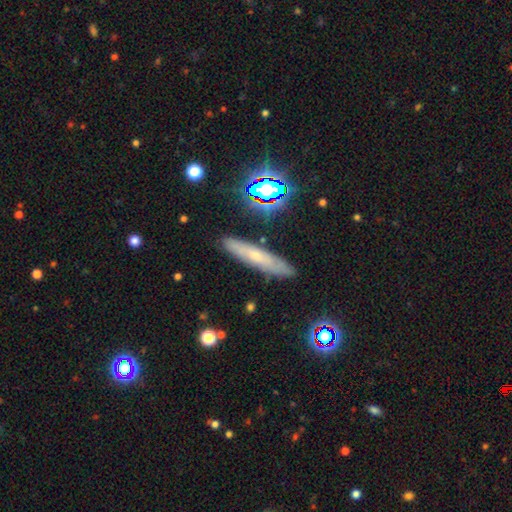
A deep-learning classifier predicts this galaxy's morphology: smooth 46%, featured or disk 39%, star or artifact 14%. Down the decision tree: merging — none (86%).